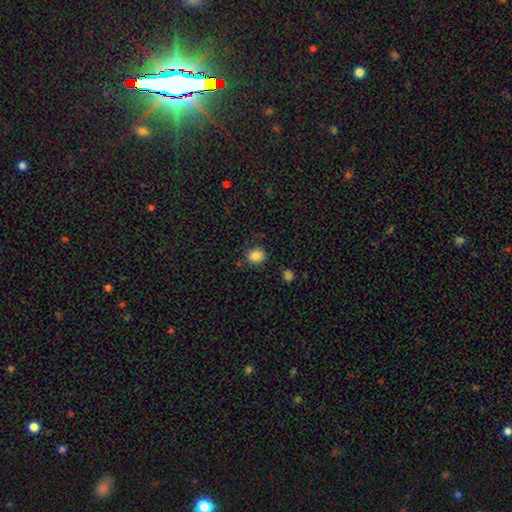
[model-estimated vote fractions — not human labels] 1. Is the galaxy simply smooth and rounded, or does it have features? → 85% smooth, 10% star or artifact, 5% featured or disk.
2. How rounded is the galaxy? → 72% round, 27% in between, 1% cigar-shaped.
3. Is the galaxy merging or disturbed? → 82% none, 12% minor disturbance, 4% major disturbance, 3% merger.